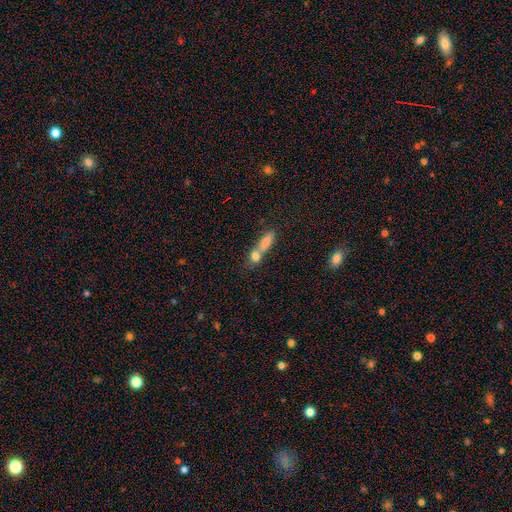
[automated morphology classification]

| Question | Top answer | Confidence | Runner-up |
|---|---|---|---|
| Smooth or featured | smooth | 74% | featured or disk (16%) |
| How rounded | in between | 43% | round (31%) |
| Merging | merger | 64% | none (25%) |